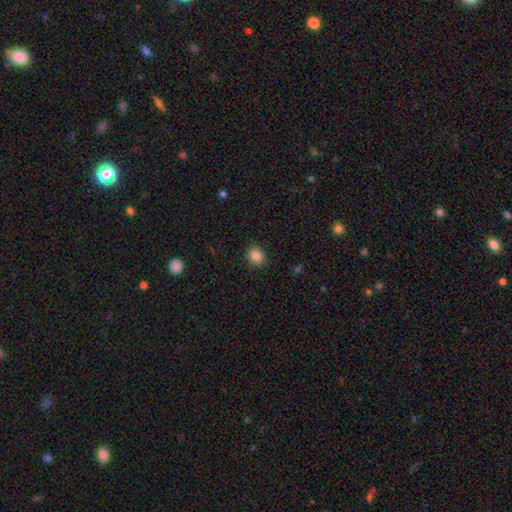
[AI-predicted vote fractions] Smooth or featured? Predicted: smooth (p=0.86). How rounded? Predicted: round (p=0.80). Merging? Predicted: none (p=0.90).